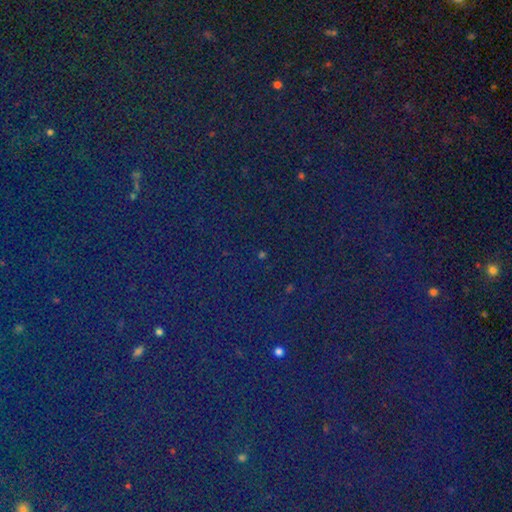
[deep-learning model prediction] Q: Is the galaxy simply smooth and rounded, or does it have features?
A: star or artifact — 80%.